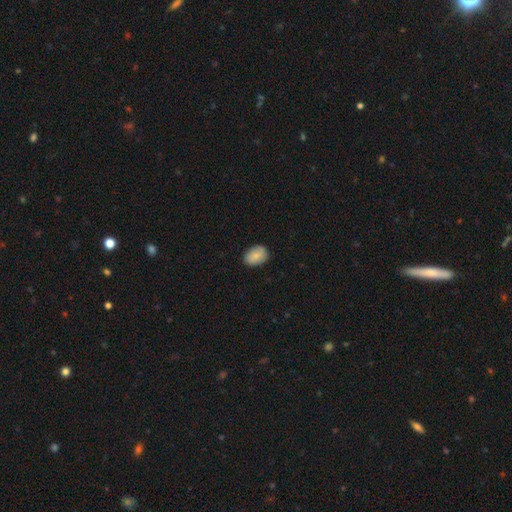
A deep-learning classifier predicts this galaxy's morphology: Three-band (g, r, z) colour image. It shows a smooth galaxy with no disk features (83%) that is in between round and cigar-shaped (81%). Merging: none (85%).